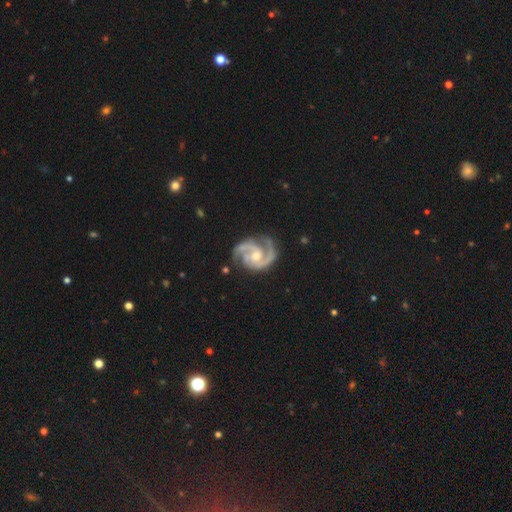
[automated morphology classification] type=featured or disk (94%); edge-on=no (98%); bar=no (57%); spiral arms=yes (99%); winding=medium (53%); arm count=2 (66%); bulge=moderate (59%); merging=none (74%).